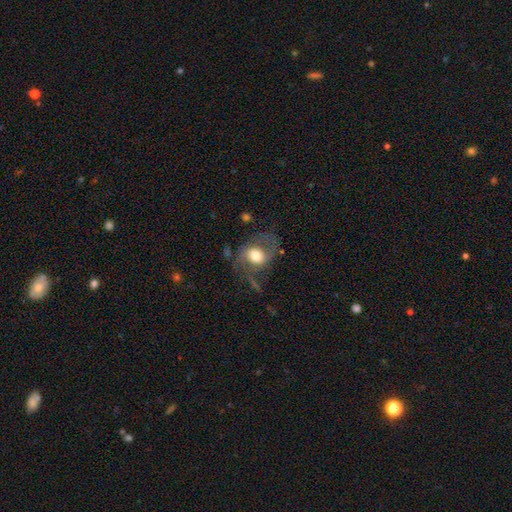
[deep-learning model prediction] Smooth or featured: featured or disk — 50% (smooth — 42%)
Merging: none — 45% (major disturbance — 31%)